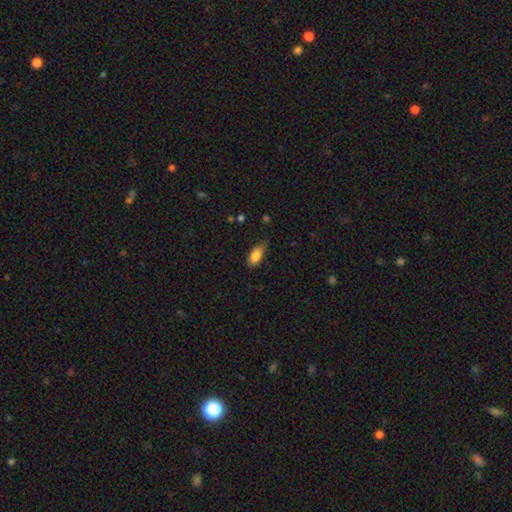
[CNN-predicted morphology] A smooth galaxy with no disk features (85%) that is in between round and cigar-shaped (87%). Merging: none (55%).